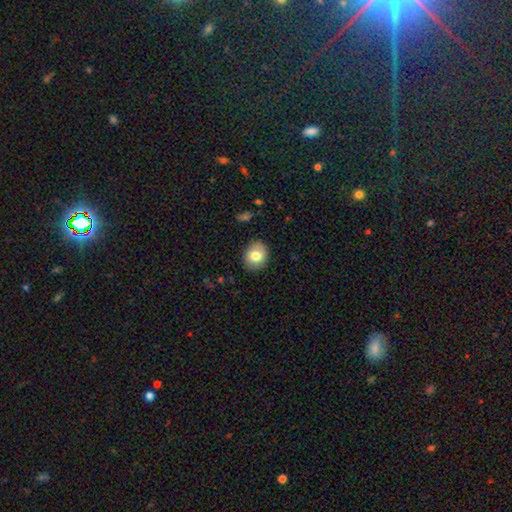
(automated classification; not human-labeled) smooth_or_featured: smooth (p=0.80) [alt: featured or disk p=0.12]
how_rounded: round (p=0.60) [alt: in between p=0.39]
merging: none (p=0.87) [alt: minor disturbance p=0.10]